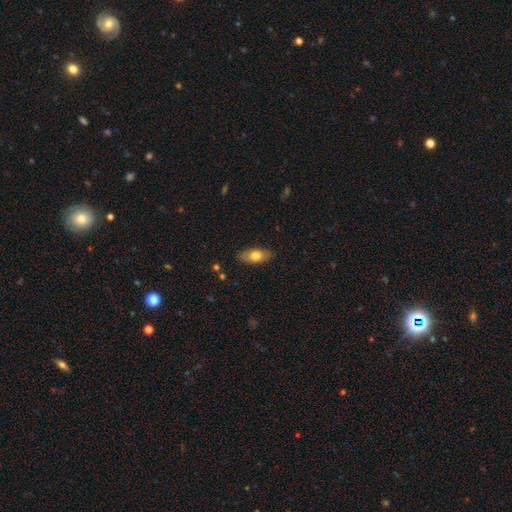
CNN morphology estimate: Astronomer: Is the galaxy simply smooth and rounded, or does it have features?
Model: smooth — 69%.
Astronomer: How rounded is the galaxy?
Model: in between — 83%.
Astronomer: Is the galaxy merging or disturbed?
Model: none — 86%.